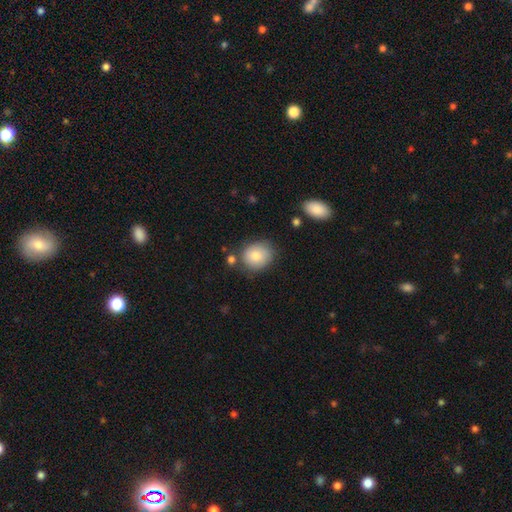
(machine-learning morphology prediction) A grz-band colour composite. It shows a smooth galaxy with no disk features (81%) that is round (68%). Merging: none (71%).